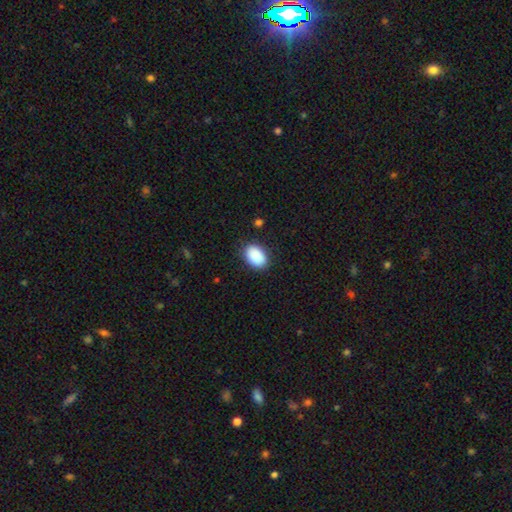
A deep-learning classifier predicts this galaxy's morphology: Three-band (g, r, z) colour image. It shows a smooth galaxy with no disk features (90%) that is in between round and cigar-shaped (85%). Merging: none (86%).